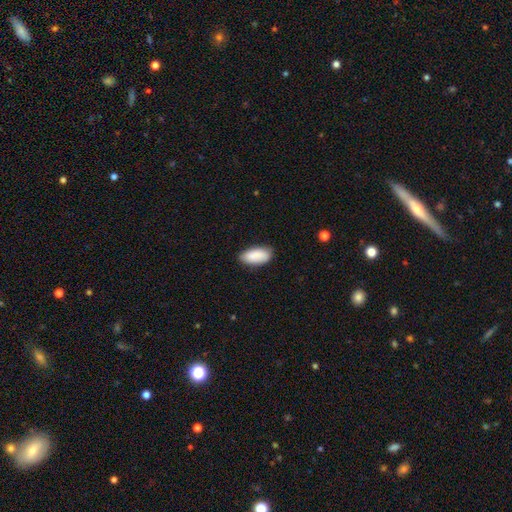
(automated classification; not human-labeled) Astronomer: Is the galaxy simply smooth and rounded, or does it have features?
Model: smooth — 89%.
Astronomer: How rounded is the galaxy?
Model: in between — 92%.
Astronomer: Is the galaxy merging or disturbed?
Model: none — 82%.